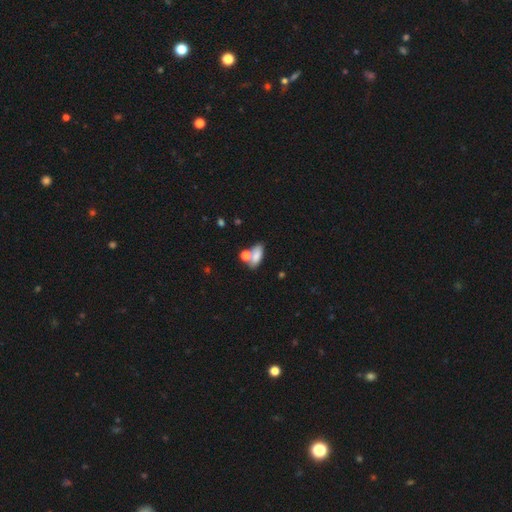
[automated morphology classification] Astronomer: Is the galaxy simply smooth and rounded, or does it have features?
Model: smooth — 77%.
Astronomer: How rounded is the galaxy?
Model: in between — 83%.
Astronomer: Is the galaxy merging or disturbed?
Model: none — 45% (runner-up: merger, 35%).